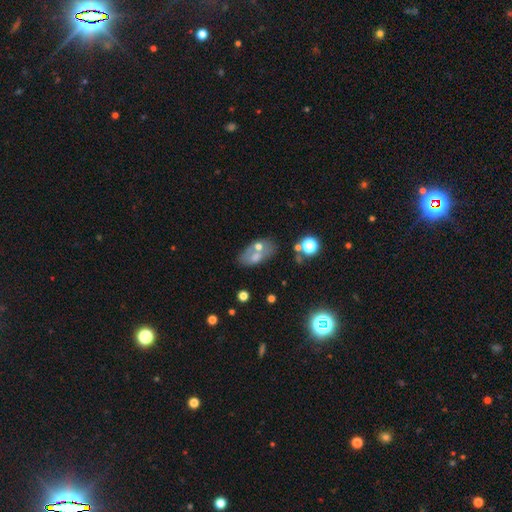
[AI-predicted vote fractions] This is possibly a smooth galaxy (56%). How rounded: clearly in between (87%). Merging: marginally none (42%).